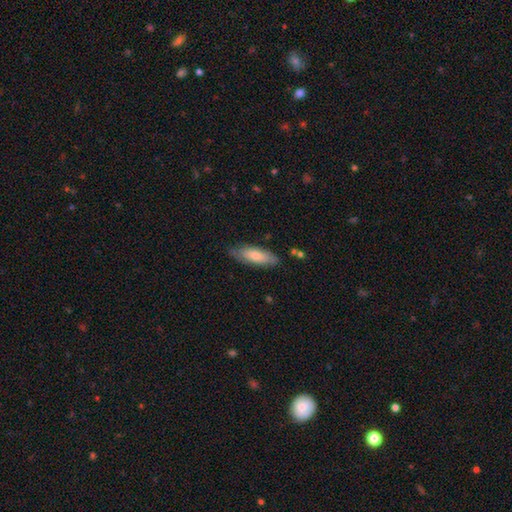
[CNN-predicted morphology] smooth 74%, featured or disk 21%, star or artifact 5%. Down the decision tree: how rounded — in between (61%); merging — none (78%).